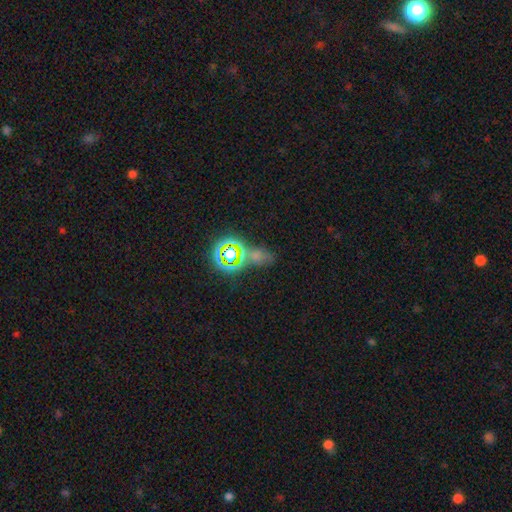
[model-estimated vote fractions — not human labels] A star or artifact, not a galaxy (65%).